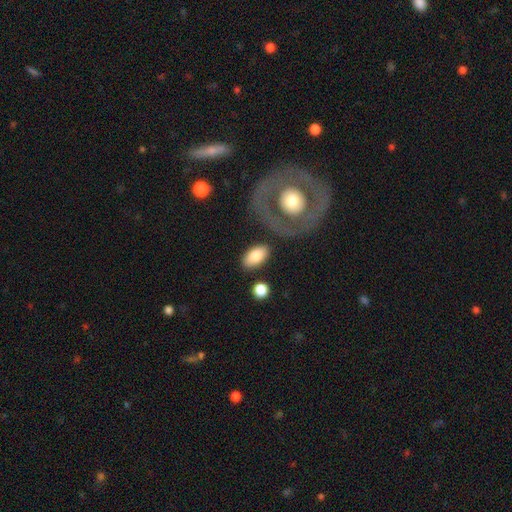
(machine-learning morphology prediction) Smooth or featured: smooth — 79% (featured or disk — 15%)
How rounded: in between — 93% (round — 5%)
Merging: none — 77% (minor disturbance — 11%)